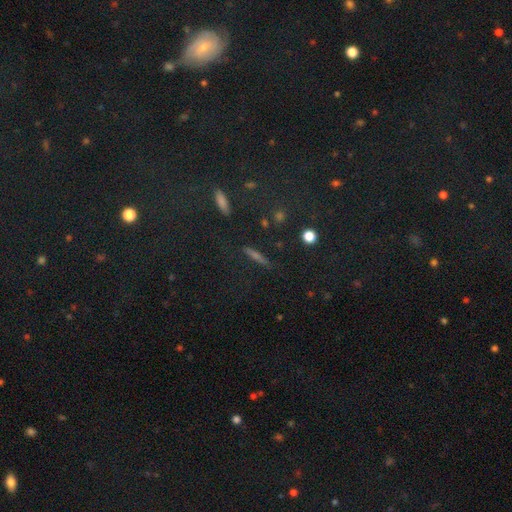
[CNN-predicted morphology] The model was most divided on "smooth or featured": smooth: 47%, featured or disk: 30%, star or artifact: 22%. More confident: merging — none (86%).